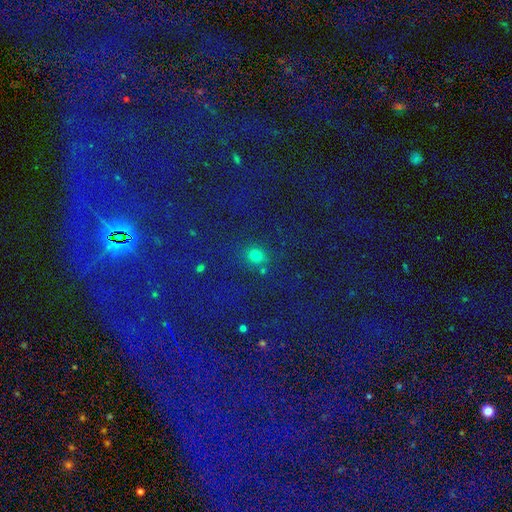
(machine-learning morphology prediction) type=smooth (59%); roundness=round (78%); merging=none (72%).